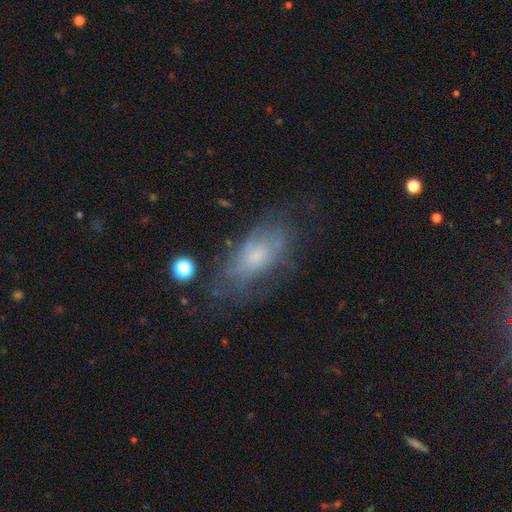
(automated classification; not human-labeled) featured or disk 50%, smooth 40%, star or artifact 10%. Down the decision tree: edge-on disk — no (88%); merging — none (55%).